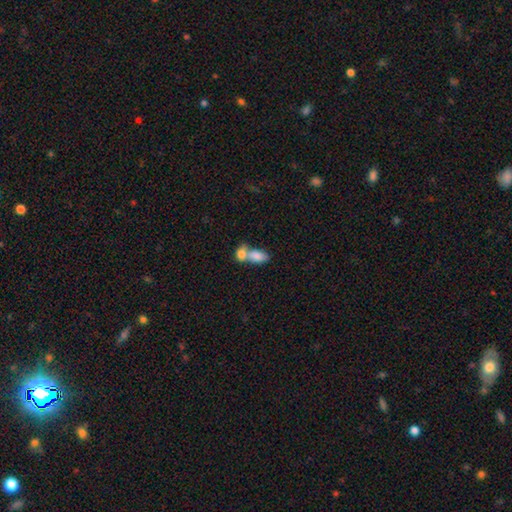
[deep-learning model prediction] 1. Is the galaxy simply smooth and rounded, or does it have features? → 80% smooth, 12% featured or disk, 7% star or artifact.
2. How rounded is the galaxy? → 89% in between, 7% round, 4% cigar-shaped.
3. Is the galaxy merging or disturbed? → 71% merger, 20% none, 6% minor disturbance, 4% major disturbance.